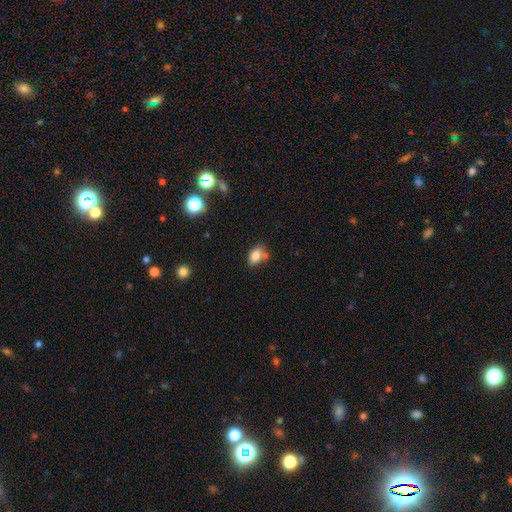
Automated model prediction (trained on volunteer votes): This is likely a smooth galaxy (79%). How rounded: clearly in between (81%). Merging: possibly none (53%).